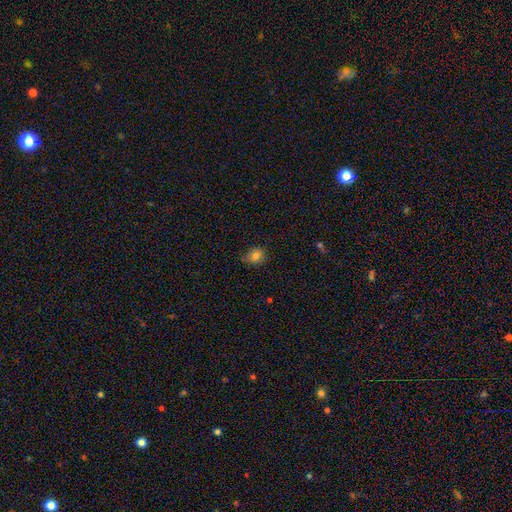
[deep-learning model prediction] Morphology: type=smooth (79%); roundness=round (61%); merging=none (68%).